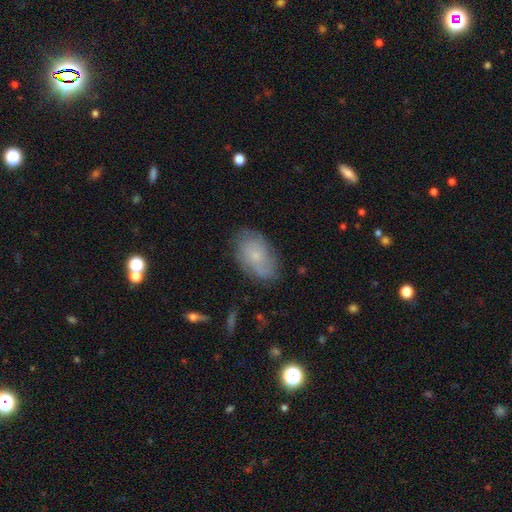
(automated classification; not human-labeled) smooth_or_featured: featured or disk (p=0.46) [alt: smooth p=0.45]
merging: none (p=0.75) [alt: minor disturbance p=0.18]